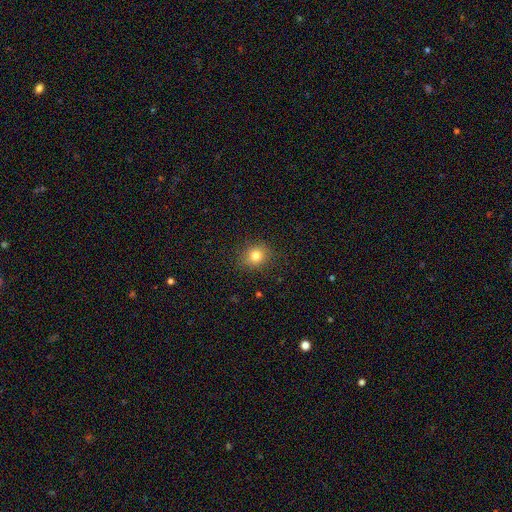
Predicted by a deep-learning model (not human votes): A smooth galaxy with no disk features (80%) that is round (76%). Merging: none (87%).